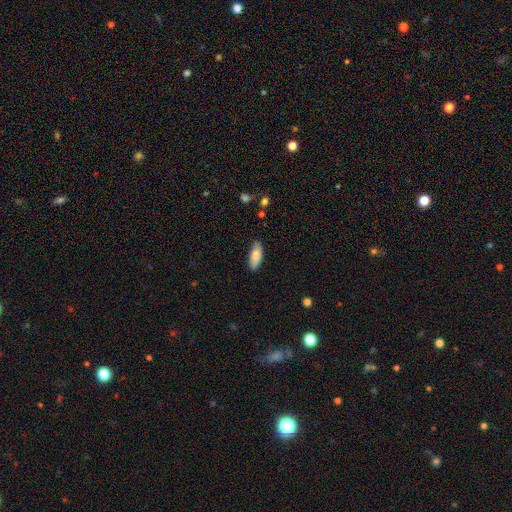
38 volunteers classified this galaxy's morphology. type=smooth (82%); roundness=in between (74%); merging=none (83%).